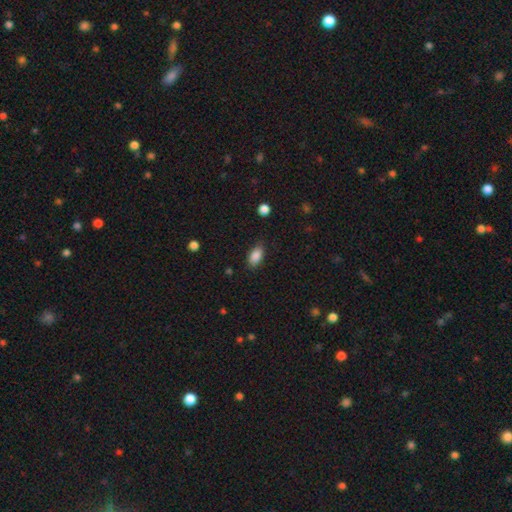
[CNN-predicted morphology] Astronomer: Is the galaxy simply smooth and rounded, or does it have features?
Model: smooth — 87%.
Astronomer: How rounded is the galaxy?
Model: in between — 90%.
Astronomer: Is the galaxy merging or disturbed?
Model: none — 81%.